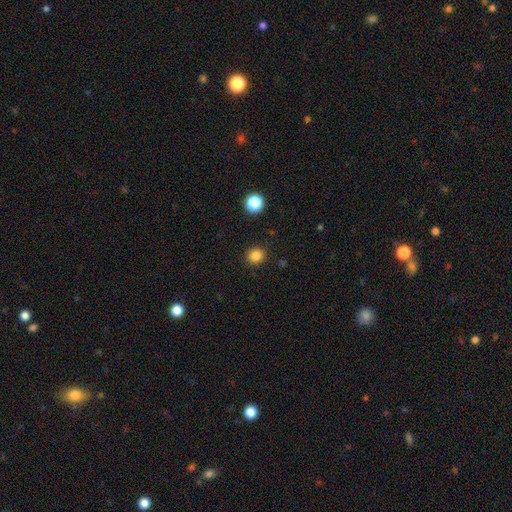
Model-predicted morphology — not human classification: smooth-or-featured: smooth: 83% | star or artifact: 12% | featured or disk: 5%
  how-rounded: round: 83% | in between: 16% | cigar-shaped: 1%
  merging: none: 90% | minor disturbance: 7% | major disturbance: 2% | merger: 1%